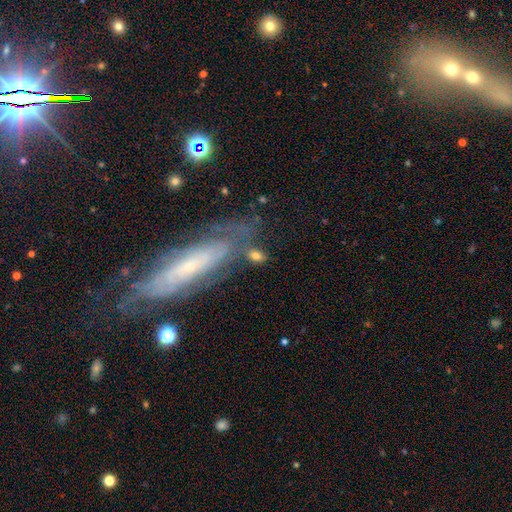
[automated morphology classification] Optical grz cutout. It shows a smooth galaxy with no disk features (71%) that is in between round and cigar-shaped (81%). Merging: none (63%).